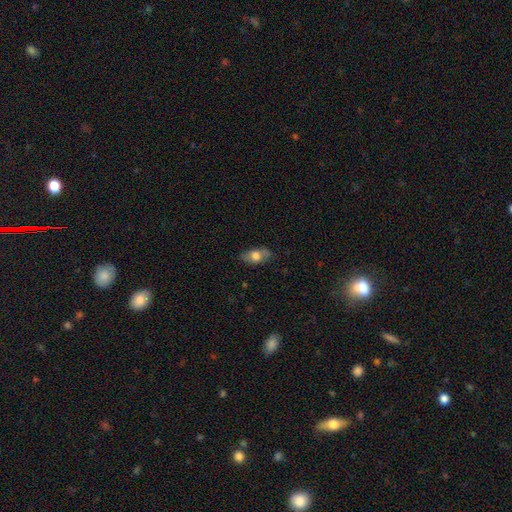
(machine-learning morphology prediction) smooth_or_featured: smooth (p=0.68) [alt: featured or disk p=0.25]
how_rounded: in between (p=0.88) [alt: round p=0.07]
merging: none (p=0.76) [alt: minor disturbance p=0.18]